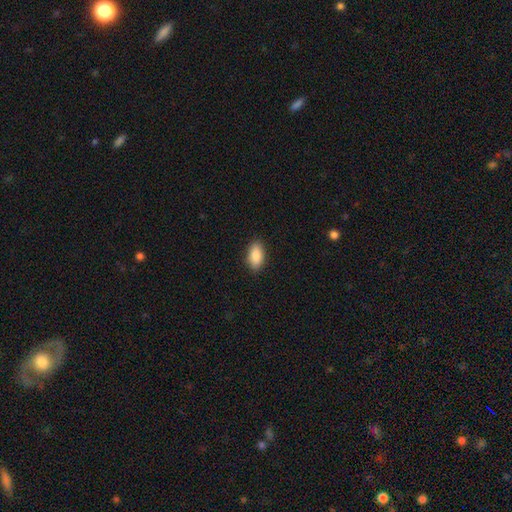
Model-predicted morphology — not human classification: Smooth or featured? Predicted: smooth (p=0.88). How rounded? Predicted: in between (p=0.92). Merging? Predicted: none (p=0.89).